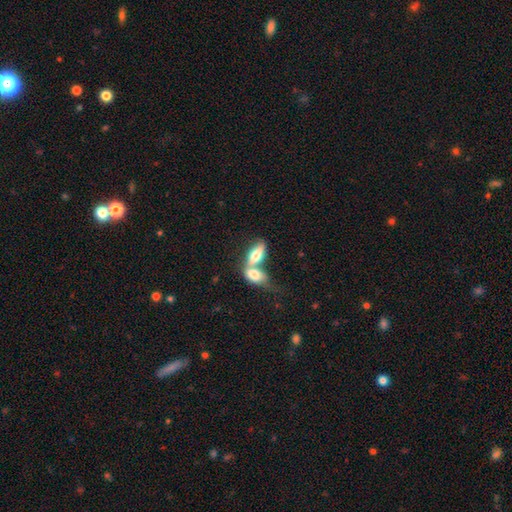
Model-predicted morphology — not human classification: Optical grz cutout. It shows a smooth galaxy with no disk features (70%) that is in between round and cigar-shaped (82%). Merging: merger (74%).